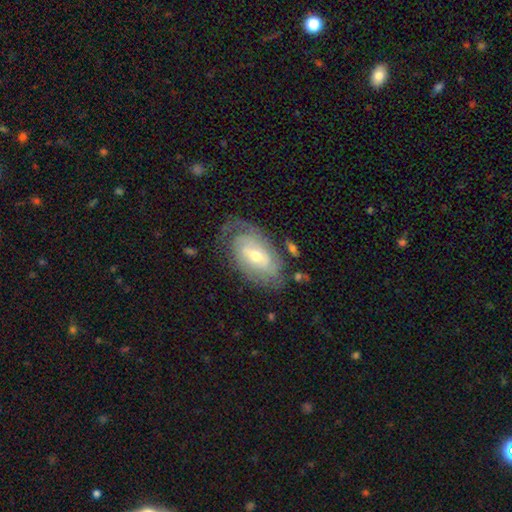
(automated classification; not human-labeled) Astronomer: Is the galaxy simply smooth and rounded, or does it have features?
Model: featured or disk — 77%.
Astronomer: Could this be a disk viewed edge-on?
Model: no — 94%.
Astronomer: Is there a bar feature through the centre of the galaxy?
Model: weak — 44% (runner-up: no, 41%).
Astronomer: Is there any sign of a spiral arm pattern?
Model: yes — 88%.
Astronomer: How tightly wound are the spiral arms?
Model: tight — 62%.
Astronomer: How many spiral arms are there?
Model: can't tell — 39% (runner-up: 2, 38%).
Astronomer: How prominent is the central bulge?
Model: moderate — 54% (runner-up: small, 41%).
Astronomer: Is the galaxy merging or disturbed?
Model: none — 65%.